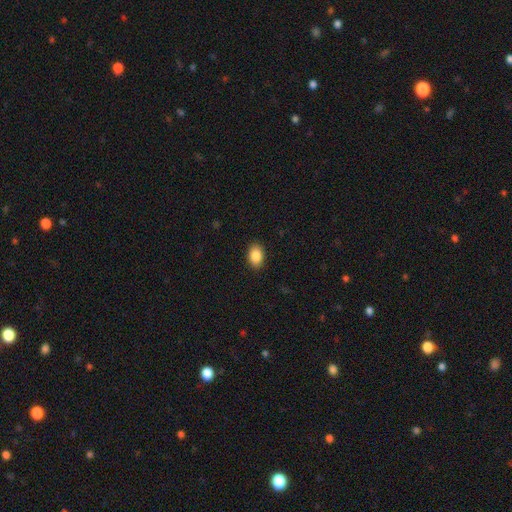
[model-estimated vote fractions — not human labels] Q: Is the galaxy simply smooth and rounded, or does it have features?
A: smooth — 88%.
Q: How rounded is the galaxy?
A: in between — 86%.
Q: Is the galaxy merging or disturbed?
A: none — 89%.